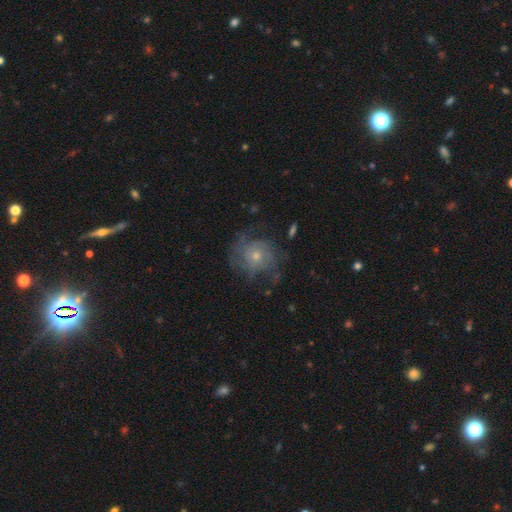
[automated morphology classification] Smooth or featured? featured or disk (71%)
Edge-on disk? no (97%)
Bar? no (81%)
Spiral arms? yes (88%)
Spiral winding? tight (47%)
Spiral arm count? can't tell (36%)
Bulge size? small (56%)
Merging? none (67%)